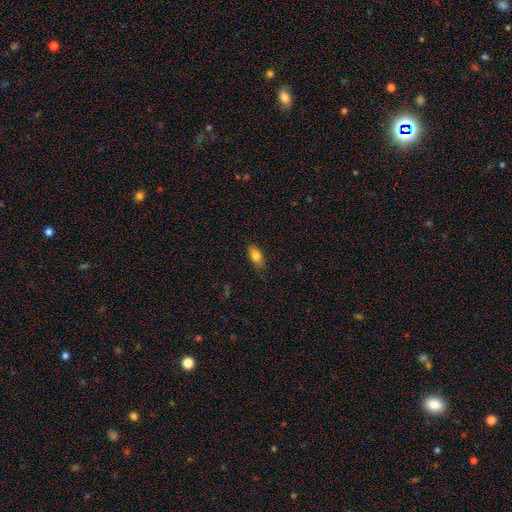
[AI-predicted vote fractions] Smooth or featured?
  - smooth: 81% *
  - featured or disk: 11%
  - star or artifact: 9%
How rounded?
  - in between: 83% *
  - cigar-shaped: 11%
  - round: 6%
Merging?
  - none: 75% *
  - minor disturbance: 20%
  - major disturbance: 4%
  - merger: 1%